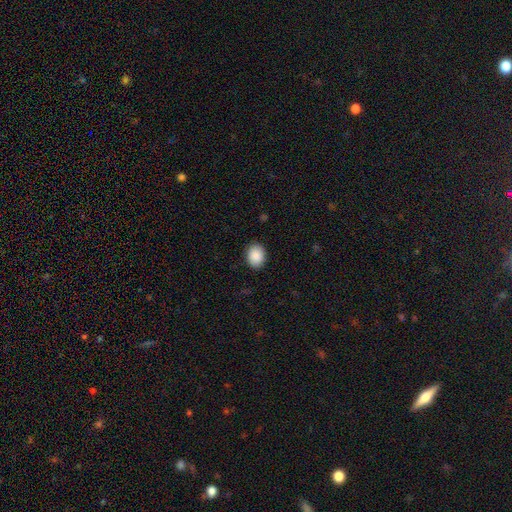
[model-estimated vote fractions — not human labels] A smooth galaxy with no disk features (90%) that is in between round and cigar-shaped (58%).

Vote fractions:
- Smooth or featured? smooth: 90% / star or artifact: 7% / featured or disk: 3%
- How rounded? in between: 58% / round: 41% / cigar-shaped: 1%
- Merging? none: 89% / minor disturbance: 8% / major disturbance: 2% / merger: 1%